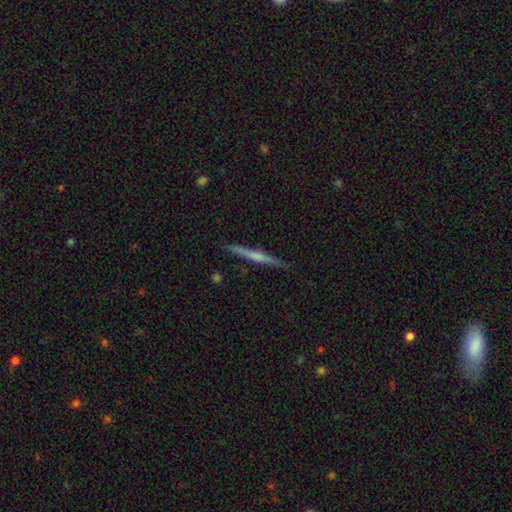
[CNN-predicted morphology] Overall: featured or disk (58%; smooth 36%). Edge-on disk: yes (98%). Edge-on bulge: none (45%; rounded 39%). Merging: none (90%).